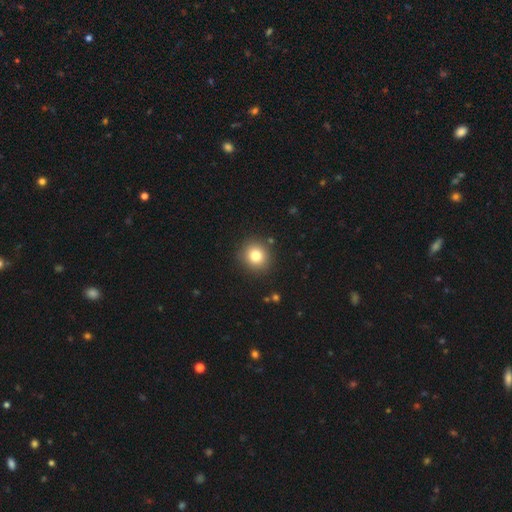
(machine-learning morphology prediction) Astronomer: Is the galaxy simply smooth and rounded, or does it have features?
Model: smooth — 81%.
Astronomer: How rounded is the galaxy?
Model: round — 88%.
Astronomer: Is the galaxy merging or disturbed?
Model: none — 88%.